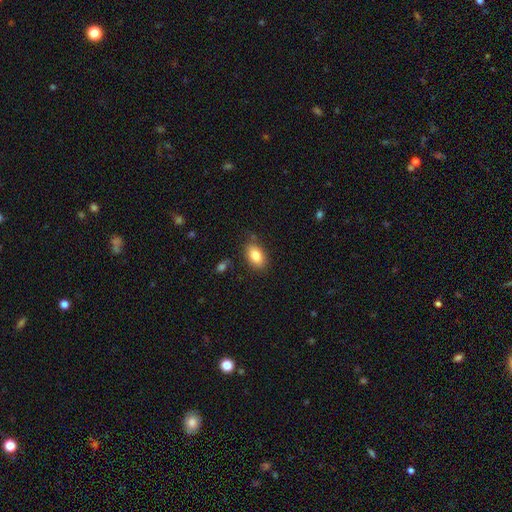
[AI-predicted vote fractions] Q: Smooth or featured?
A: smooth (84%); runner-up: featured or disk (8%)
Q: How rounded?
A: in between (89%); runner-up: round (9%)
Q: Merging?
A: none (79%); runner-up: minor disturbance (15%)